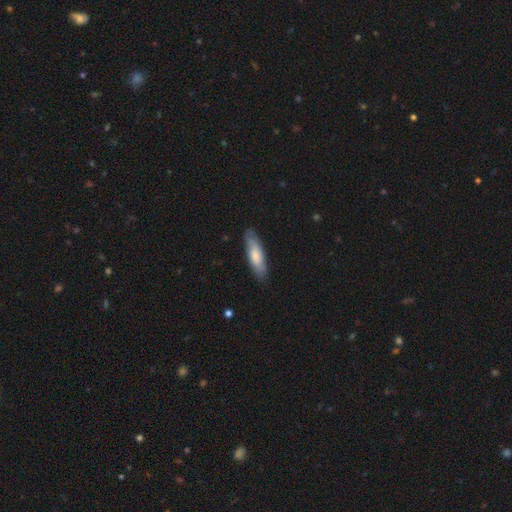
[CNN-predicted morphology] type=smooth (70%); roundness=cigar-shaped (52%); merging=none (82%).